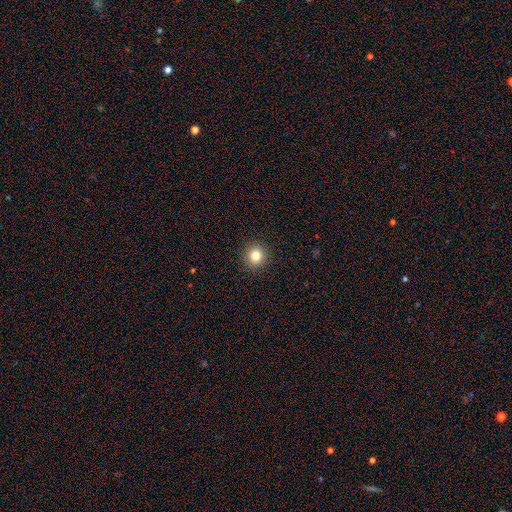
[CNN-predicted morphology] Smooth or featured?
  - smooth: 81% *
  - star or artifact: 12%
  - featured or disk: 6%
How rounded?
  - round: 92% *
  - in between: 7%
  - cigar-shaped: 1%
Merging?
  - none: 92% *
  - minor disturbance: 5%
  - major disturbance: 2%
  - merger: 1%